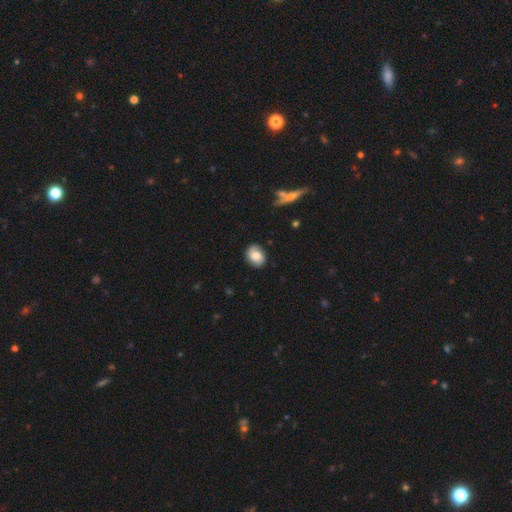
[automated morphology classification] A smooth galaxy with no disk features (72%) that is in between round and cigar-shaped (51%).

Vote fractions:
- Smooth or featured? smooth: 72% / featured or disk: 20% / star or artifact: 8%
- How rounded? in between: 51% / round: 48% / cigar-shaped: 1%
- Merging? none: 82% / minor disturbance: 14% / major disturbance: 3% / merger: 1%